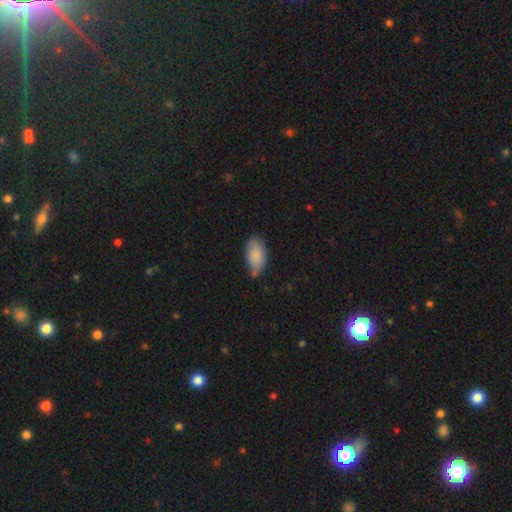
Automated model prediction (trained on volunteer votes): The model was most divided on "merging": none: 62%, minor disturbance: 27%, major disturbance: 5%, merger: 5%. More confident: how rounded — in between (94%); smooth or featured — smooth (86%).